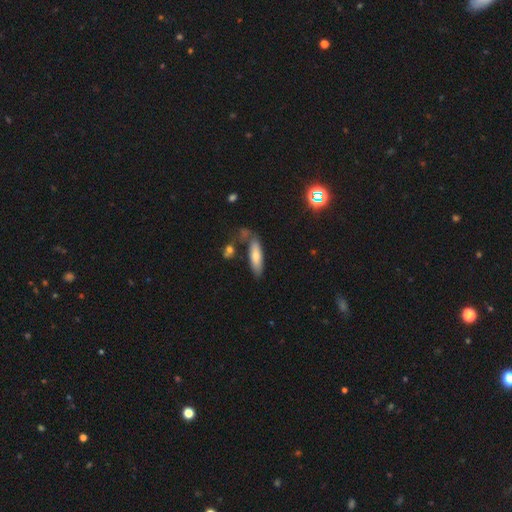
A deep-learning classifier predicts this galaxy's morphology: Smooth or featured? smooth (69%)
How rounded? cigar-shaped (55%)
Merging? none (63%)